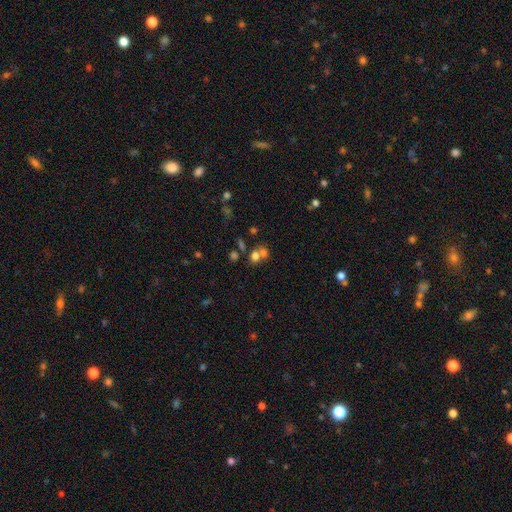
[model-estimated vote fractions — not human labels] Q: Smooth or featured?
A: smooth (67%); runner-up: star or artifact (19%)
Q: How rounded?
A: round (63%); runner-up: in between (35%)
Q: Merging?
A: merger (51%); runner-up: none (38%)